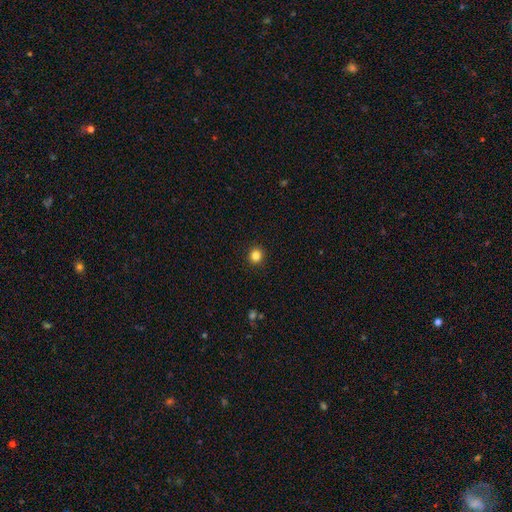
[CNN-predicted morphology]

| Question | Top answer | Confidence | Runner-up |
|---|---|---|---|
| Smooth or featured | smooth | 84% | star or artifact (12%) |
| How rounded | round | 92% | in between (7%) |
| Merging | none | 93% | minor disturbance (4%) |